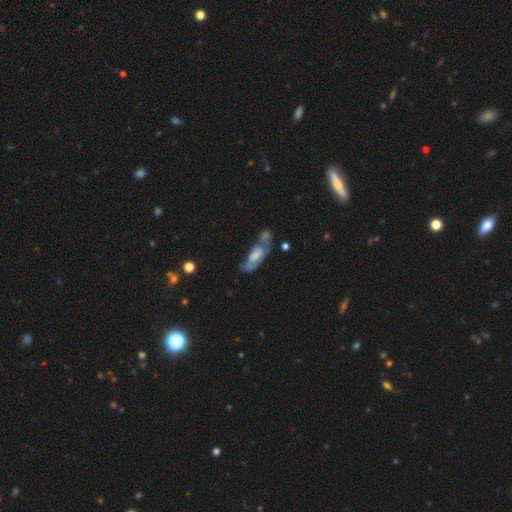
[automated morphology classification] A smooth galaxy with no disk features (47%).

Vote fractions:
- Smooth or featured? smooth: 47% / featured or disk: 44% / star or artifact: 8%
- Merging? none: 29% / merger: 27% / major disturbance: 22% / minor disturbance: 22%